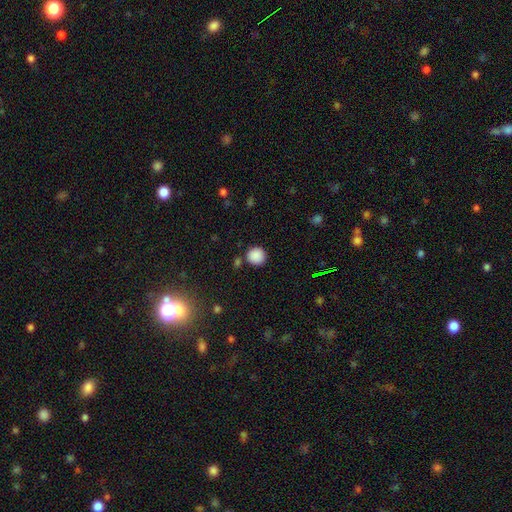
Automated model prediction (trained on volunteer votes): smooth-or-featured: smooth: 87% | star or artifact: 10% | featured or disk: 3%
  how-rounded: round: 91% | in between: 8% | cigar-shaped: 1%
  merging: none: 82% | minor disturbance: 9% | merger: 6% | major disturbance: 3%